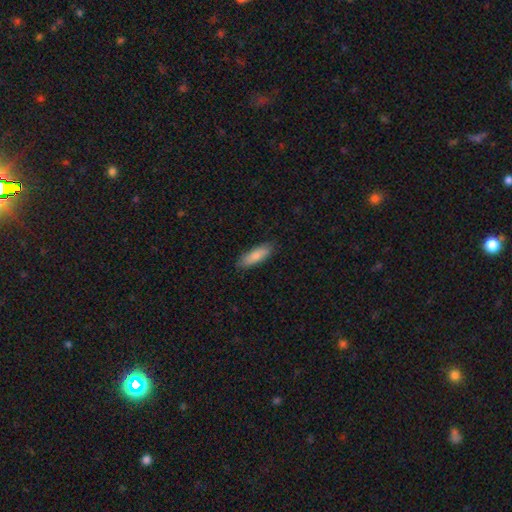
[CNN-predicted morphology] Overall: smooth (84%). How rounded: cigar-shaped (49%, tied with in between). Merging: none (86%).